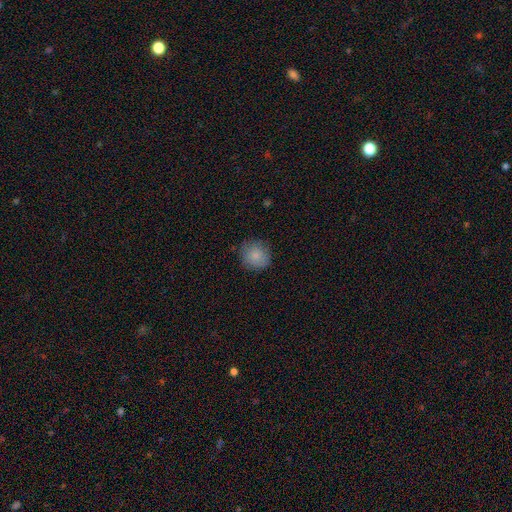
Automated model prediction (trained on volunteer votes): A smooth galaxy with no disk features (84%) that is round (89%).

Vote fractions:
- Smooth or featured? smooth: 84% / star or artifact: 8% / featured or disk: 8%
- How rounded? round: 89% / in between: 10% / cigar-shaped: 1%
- Merging? none: 82% / minor disturbance: 14% / major disturbance: 3% / merger: 1%